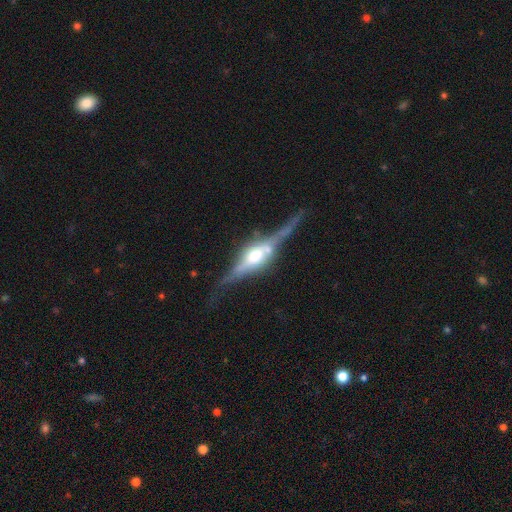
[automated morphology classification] Q: Smooth or featured?
A: featured or disk (86%); runner-up: smooth (9%)
Q: Edge-on disk?
A: yes (96%); runner-up: no (4%)
Q: Edge-on bulge?
A: rounded (88%); runner-up: boxy (10%)
Q: Merging?
A: none (74%); runner-up: minor disturbance (15%)